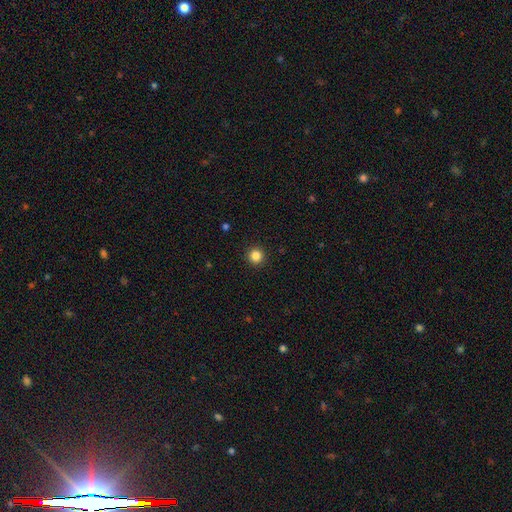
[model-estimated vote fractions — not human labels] A smooth galaxy with no disk features (85%) that is round (96%).

Vote fractions:
- Smooth or featured? smooth: 85% / star or artifact: 12% / featured or disk: 3%
- How rounded? round: 96% / in between: 3% / cigar-shaped: 1%
- Merging? none: 93% / minor disturbance: 4% / major disturbance: 2% / merger: 1%